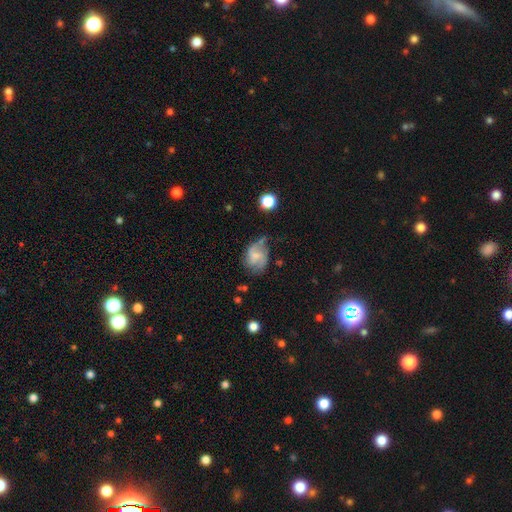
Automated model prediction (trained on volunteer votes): The model was most divided on "bar": weak: 46%, no: 45%, strong: 9%. Remaining: edge-on disk — no (97%); spiral arms — yes (83%); smooth or featured — featured or disk (58%); bulge size — small (51%); merging — none (46%).